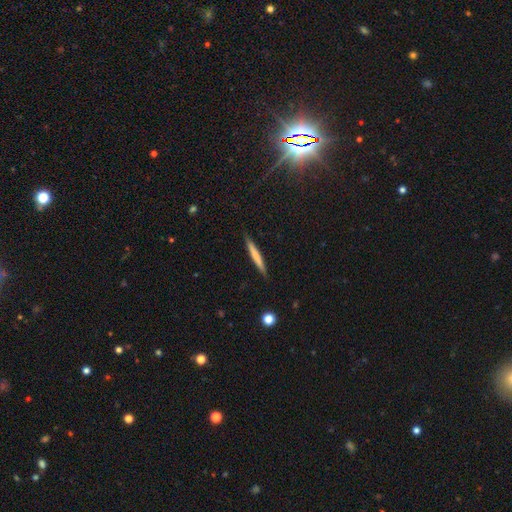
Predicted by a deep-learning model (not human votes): Smooth or featured? Predicted: smooth (p=0.65). How rounded? Predicted: cigar-shaped (p=0.96). Merging? Predicted: none (p=0.89).